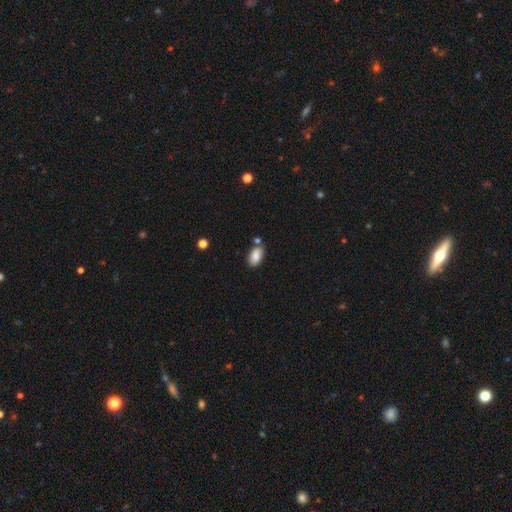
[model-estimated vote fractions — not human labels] A smooth galaxy with no disk features (86%) that is in between round and cigar-shaped (93%).

Vote fractions:
- Smooth or featured? smooth: 86% / star or artifact: 8% / featured or disk: 7%
- How rounded? in between: 93% / round: 4% / cigar-shaped: 3%
- Merging? none: 70% / minor disturbance: 15% / merger: 12% / major disturbance: 3%